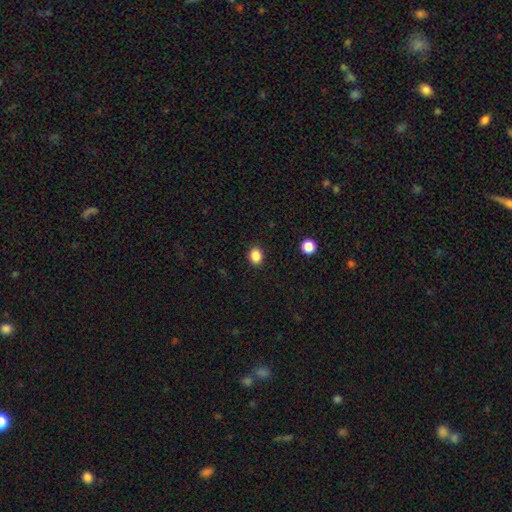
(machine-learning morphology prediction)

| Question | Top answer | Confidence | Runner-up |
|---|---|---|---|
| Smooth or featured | smooth | 86% | star or artifact (11%) |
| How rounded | round | 55% | in between (44%) |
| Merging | none | 90% | minor disturbance (7%) |